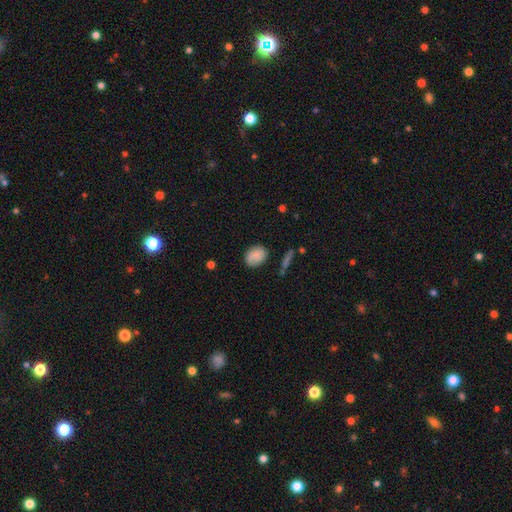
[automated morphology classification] smooth_or_featured: smooth (p=0.85) [alt: star or artifact p=0.08]
how_rounded: in between (p=0.62) [alt: round p=0.37]
merging: none (p=0.77) [alt: minor disturbance p=0.17]